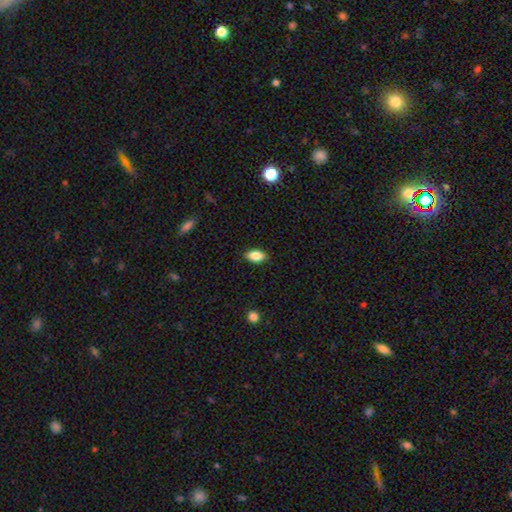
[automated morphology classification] type=smooth (84%); roundness=in between (91%); merging=none (88%).